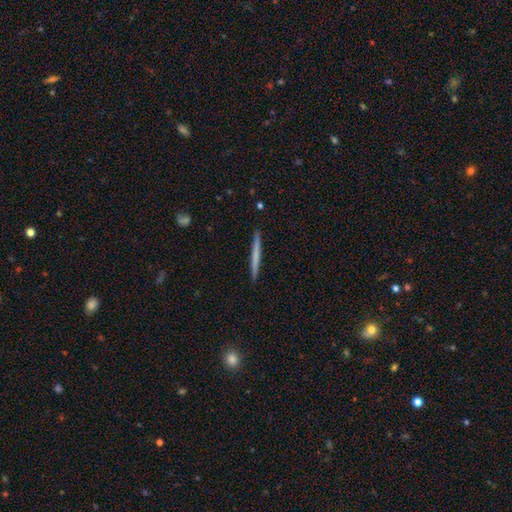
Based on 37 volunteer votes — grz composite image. It shows a smooth galaxy with no disk features (70%) that is cigar-shaped (96%). Merging: none (94%).